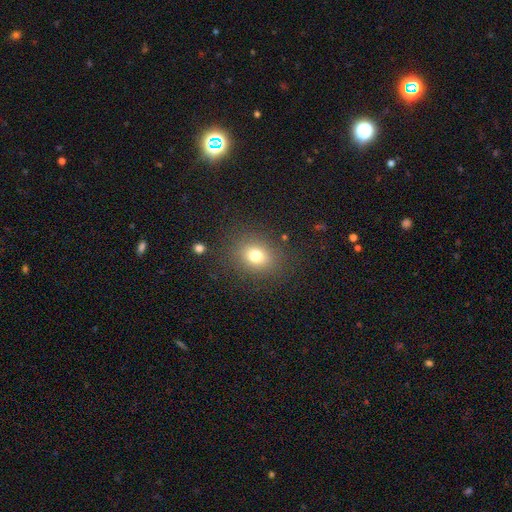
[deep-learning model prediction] This appears to be a smooth galaxy with no disk features (75%) that is round (61%). Merging: none (85%).